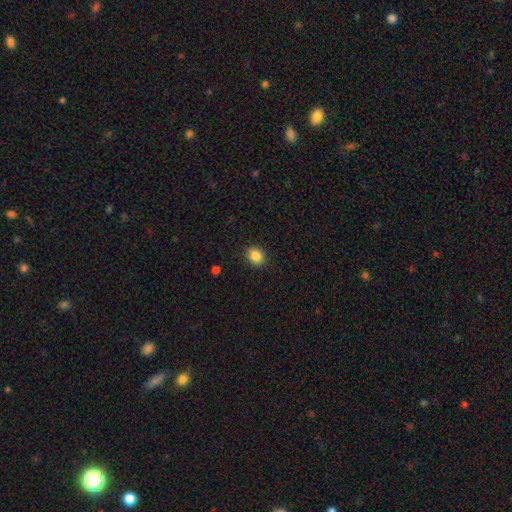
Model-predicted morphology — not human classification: Smooth or featured? Predicted: smooth (p=0.86). How rounded? Predicted: round (p=0.55). Merging? Predicted: none (p=0.89).